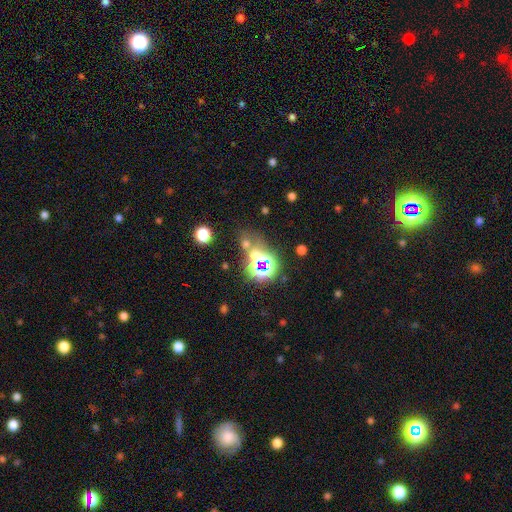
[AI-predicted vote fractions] Smooth or featured? Predicted: star or artifact (p=0.54).